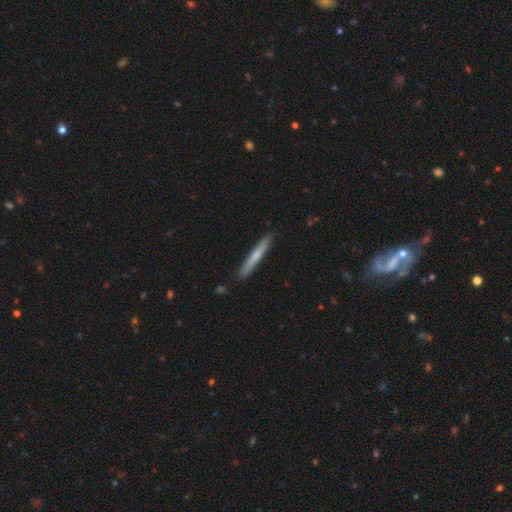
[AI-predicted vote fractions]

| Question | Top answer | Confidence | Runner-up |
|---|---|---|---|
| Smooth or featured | smooth | 62% | featured or disk (33%) |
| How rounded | cigar-shaped | 96% | in between (3%) |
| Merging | none | 88% | minor disturbance (9%) |